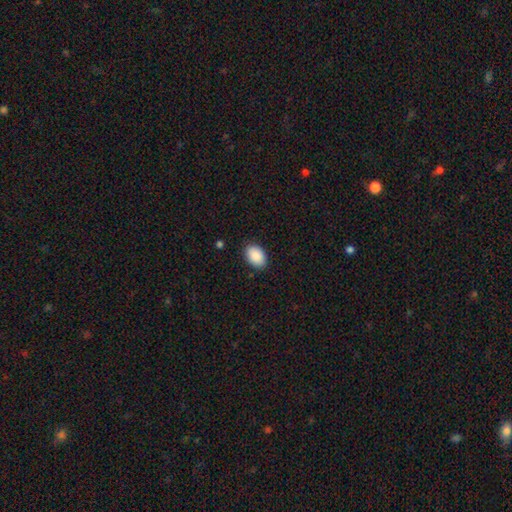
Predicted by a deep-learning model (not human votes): A smooth galaxy with no disk features (90%) that is in between round and cigar-shaped (88%). Merging: none (88%).